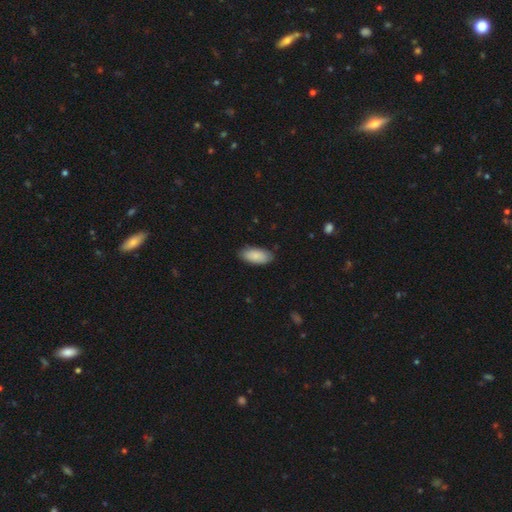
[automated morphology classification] Smooth or featured? smooth (85%)
How rounded? in between (92%)
Merging? none (82%)